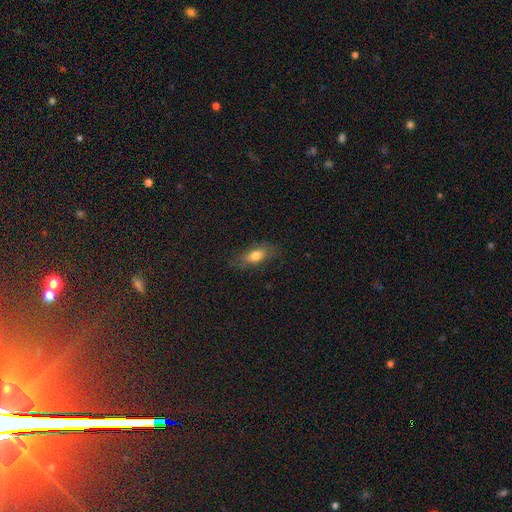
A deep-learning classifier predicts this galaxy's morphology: Smooth or featured? smooth (72%)
How rounded? in between (75%)
Merging? none (75%)